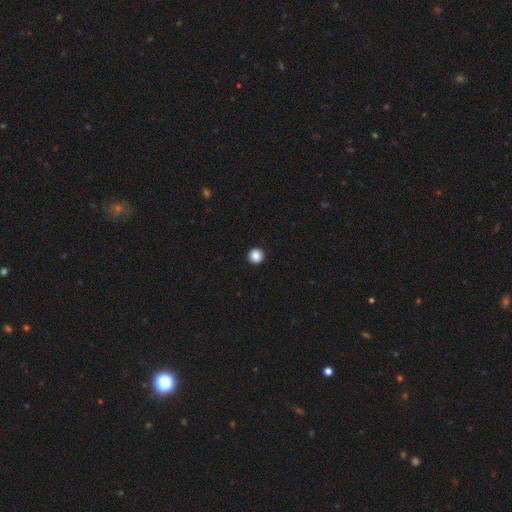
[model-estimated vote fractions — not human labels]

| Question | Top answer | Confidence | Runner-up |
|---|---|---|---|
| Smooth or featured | smooth | 87% | star or artifact (10%) |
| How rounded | round | 97% | in between (2%) |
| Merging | none | 94% | minor disturbance (3%) |